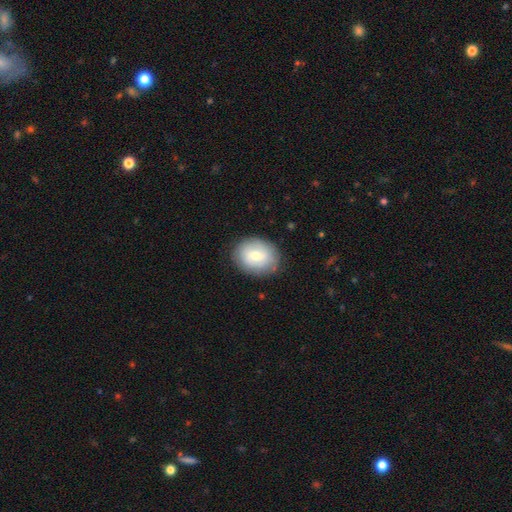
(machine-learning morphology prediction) smooth_or_featured: smooth (p=0.64) [alt: featured or disk p=0.29]
how_rounded: round (p=0.52) [alt: in between p=0.47]
merging: none (p=0.83) [alt: minor disturbance p=0.12]